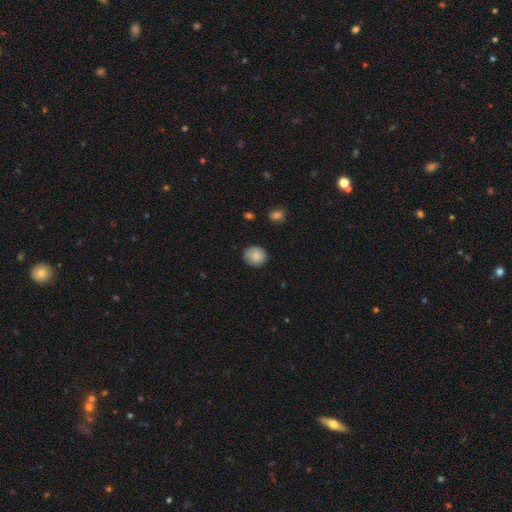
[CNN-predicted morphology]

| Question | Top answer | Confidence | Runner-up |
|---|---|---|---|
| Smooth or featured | smooth | 85% | featured or disk (8%) |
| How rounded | round | 86% | in between (13%) |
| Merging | none | 87% | minor disturbance (10%) |